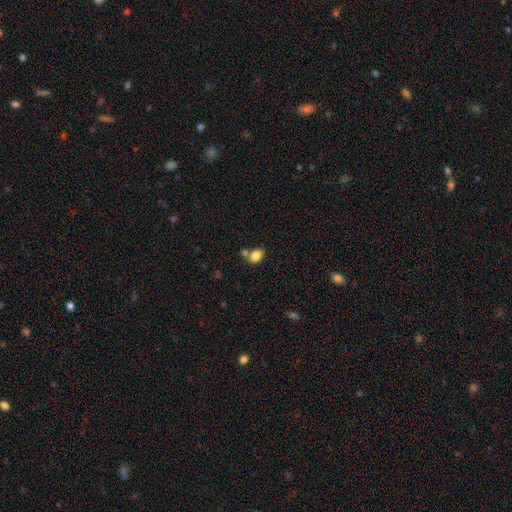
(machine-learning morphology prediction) A smooth galaxy with no disk features (83%) that is in between round and cigar-shaped (69%).

Vote fractions:
- Smooth or featured? smooth: 83% / star or artifact: 10% / featured or disk: 7%
- How rounded? in between: 69% / round: 30% / cigar-shaped: 1%
- Merging? none: 53% / merger: 31% / minor disturbance: 12% / major disturbance: 4%